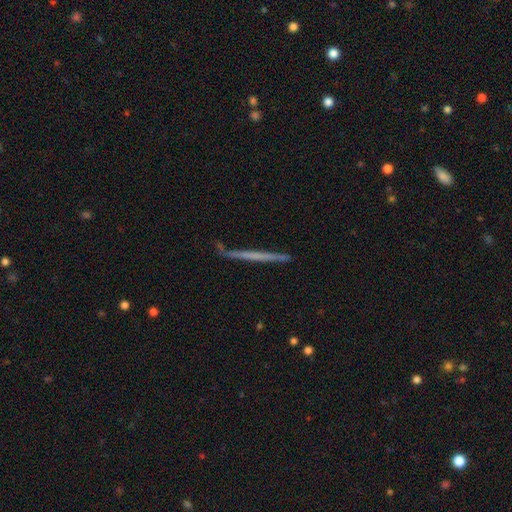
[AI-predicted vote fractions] smooth-or-featured: featured or disk: 56% | smooth: 38% | star or artifact: 6%
  disk-edge-on: yes: 96% | no: 4%
    edge-on-bulge: none: 89% | rounded: 7% | boxy: 4%
  merging: none: 83% | minor disturbance: 13% | major disturbance: 2% | merger: 2%